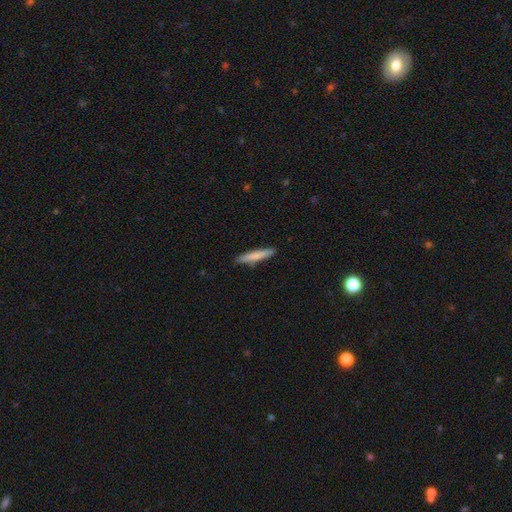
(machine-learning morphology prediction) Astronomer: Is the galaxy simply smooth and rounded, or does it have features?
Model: smooth — 78%.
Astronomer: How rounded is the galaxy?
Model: cigar-shaped — 92%.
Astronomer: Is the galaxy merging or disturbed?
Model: none — 88%.